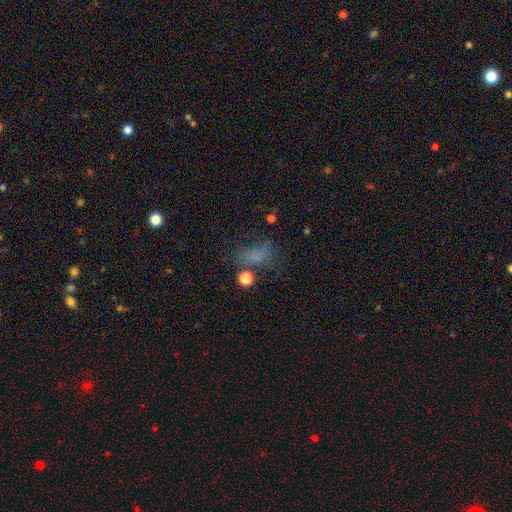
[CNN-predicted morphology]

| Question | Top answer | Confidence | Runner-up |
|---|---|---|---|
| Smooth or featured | smooth | 62% | star or artifact (22%) |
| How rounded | in between | 74% | round (22%) |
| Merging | none | 42% | major disturbance (28%) |